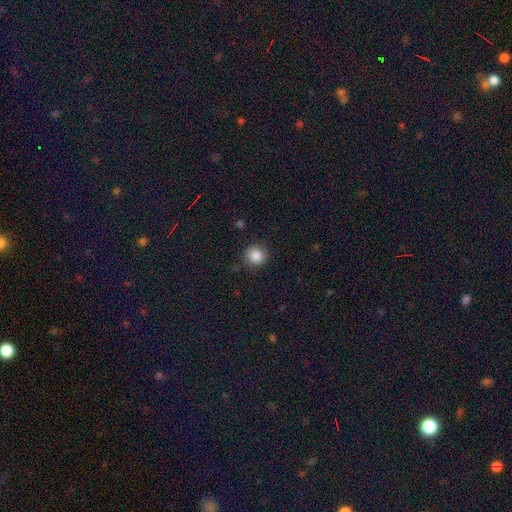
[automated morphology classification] This appears to be a smooth galaxy with no disk features (86%) that is round (92%). Merging: none (86%).